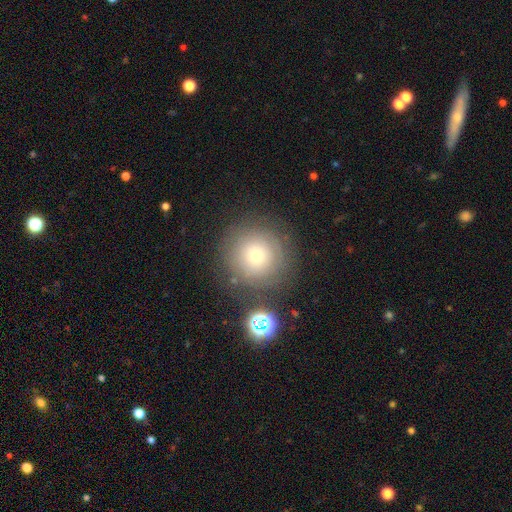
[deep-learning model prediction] A smooth galaxy with no disk features (66%) that is round (95%).

Vote fractions:
- Smooth or featured? smooth: 66% / featured or disk: 19% / star or artifact: 15%
- How rounded? round: 95% / in between: 4% / cigar-shaped: 1%
- Merging? none: 80% / minor disturbance: 10% / merger: 5% / major disturbance: 5%